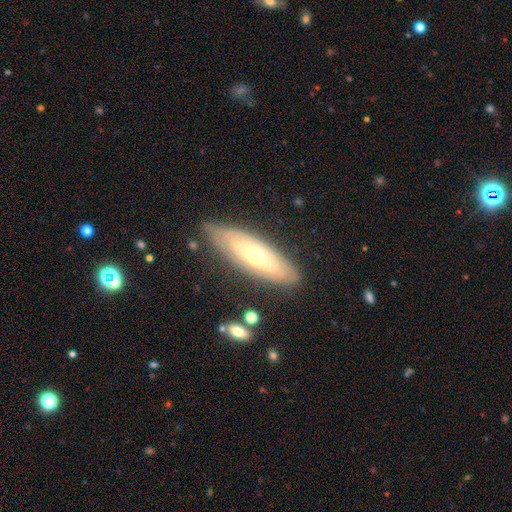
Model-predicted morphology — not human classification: featured or disk 58%, smooth 36%, star or artifact 7%. Down the decision tree: edge-on disk — no (65%); merging — none (76%).